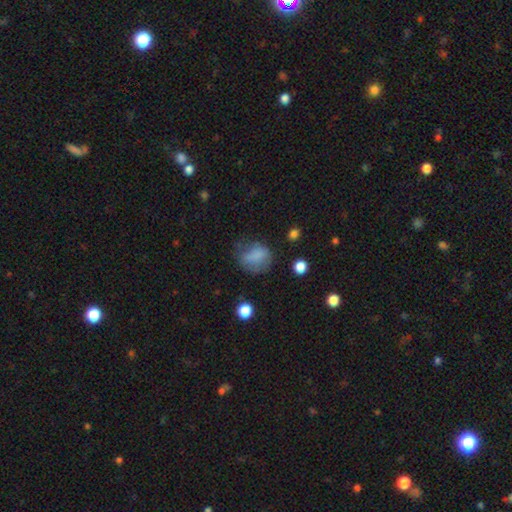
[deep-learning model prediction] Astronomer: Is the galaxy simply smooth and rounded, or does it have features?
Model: smooth — 73%.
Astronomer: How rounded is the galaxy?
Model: round — 55% (runner-up: in between, 43%).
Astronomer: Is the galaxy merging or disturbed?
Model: none — 45% (runner-up: minor disturbance, 29%).